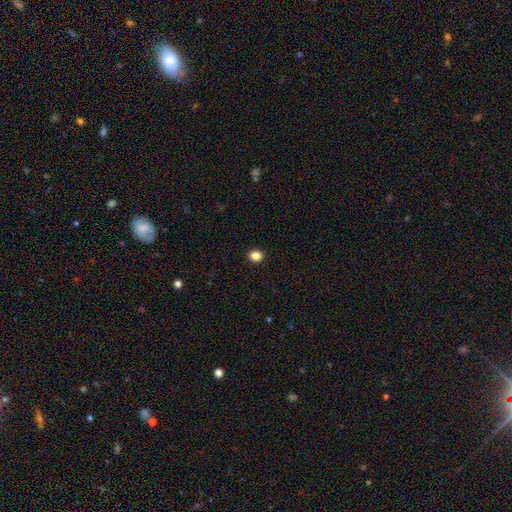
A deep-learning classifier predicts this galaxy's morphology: Smooth or featured? Predicted: smooth (p=0.85). How rounded? Predicted: round (p=0.74). Merging? Predicted: none (p=0.92).